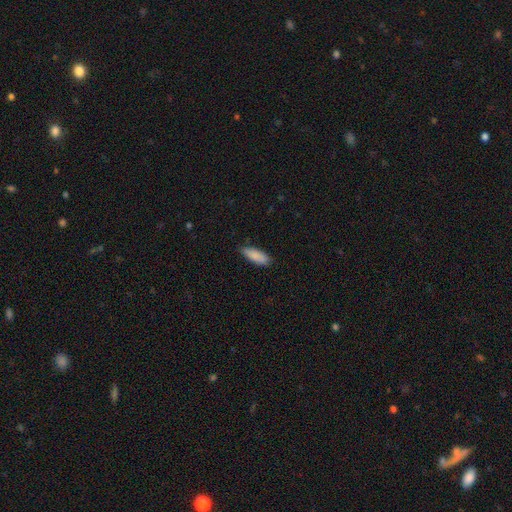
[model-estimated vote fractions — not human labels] Smooth or featured? Predicted: smooth (p=0.88). How rounded? Predicted: in between (p=0.65). Merging? Predicted: none (p=0.79).